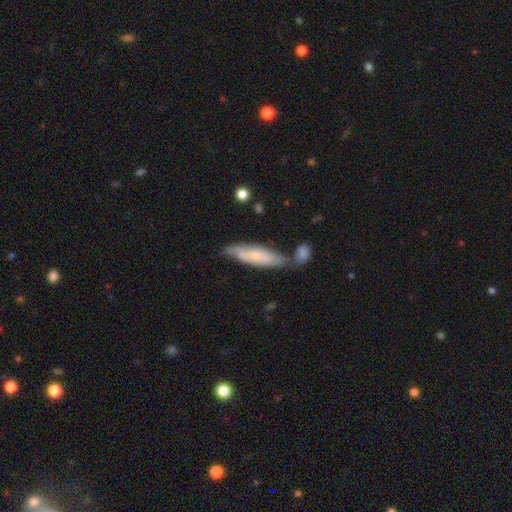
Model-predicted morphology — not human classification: Smooth or featured? Predicted: smooth (p=0.62). How rounded? Predicted: cigar-shaped (p=0.66). Merging? Predicted: none (p=0.55).